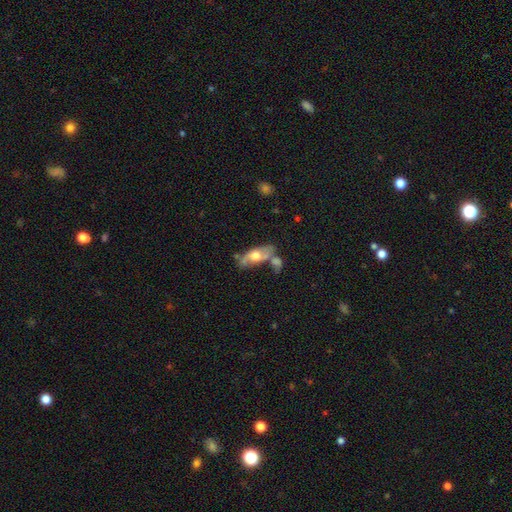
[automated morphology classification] This is possibly a featured or disk galaxy (53%). It is likely not viewed edge-on (74%). Merging: marginally none (40%).